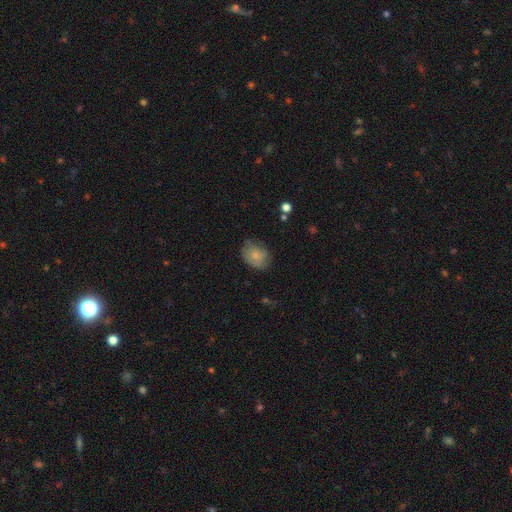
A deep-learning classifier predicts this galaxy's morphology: smooth 75%, featured or disk 17%, star or artifact 8%. Down the decision tree: how rounded — in between (68%); merging — none (66%).